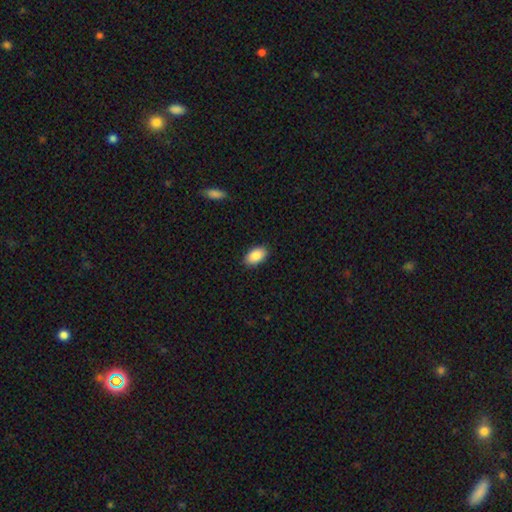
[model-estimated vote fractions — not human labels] Morphology: type=smooth (89%); roundness=in between (93%); merging=none (89%).